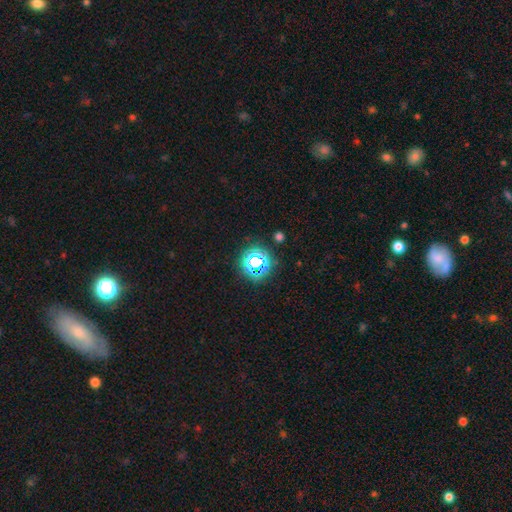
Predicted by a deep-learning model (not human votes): Smooth or featured? star or artifact (66%)